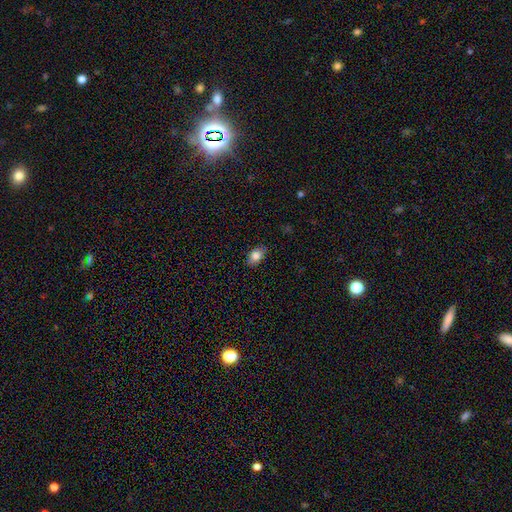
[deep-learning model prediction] smooth 83%, star or artifact 8%, featured or disk 8%. Down the decision tree: how rounded — in between (87%); merging — none (86%).